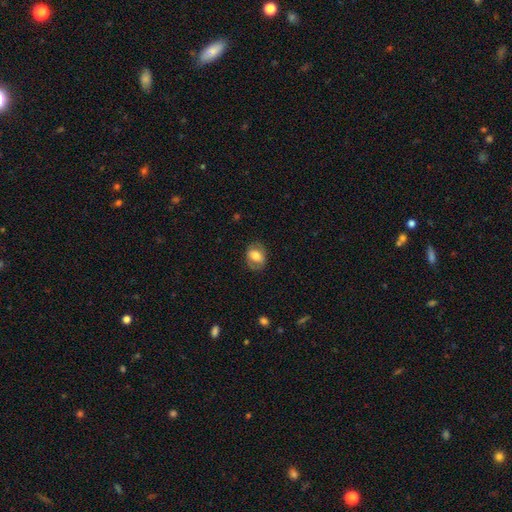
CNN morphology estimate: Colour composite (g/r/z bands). It shows a smooth galaxy with no disk features (65%) that is in between round and cigar-shaped (67%). Merging: none (75%).